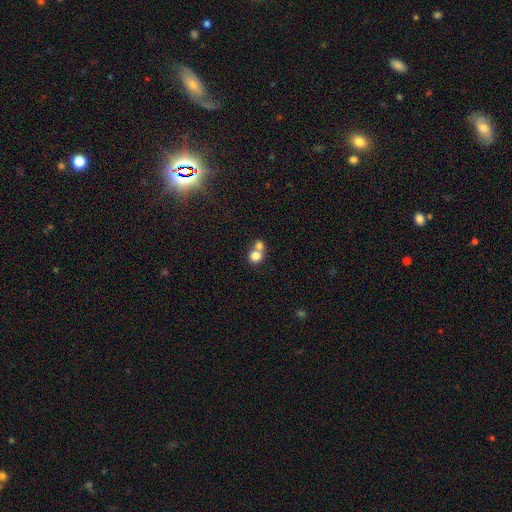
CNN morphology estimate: This is likely a smooth galaxy (79%). How rounded: likely round (79%). Merging: possibly merger (56%).